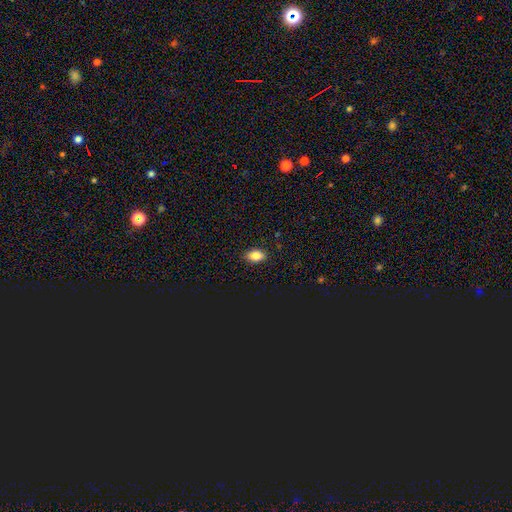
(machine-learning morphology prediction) smooth_or_featured: smooth (p=0.84) [alt: star or artifact p=0.10]
how_rounded: in between (p=0.86) [alt: round p=0.12]
merging: none (p=0.88) [alt: minor disturbance p=0.09]